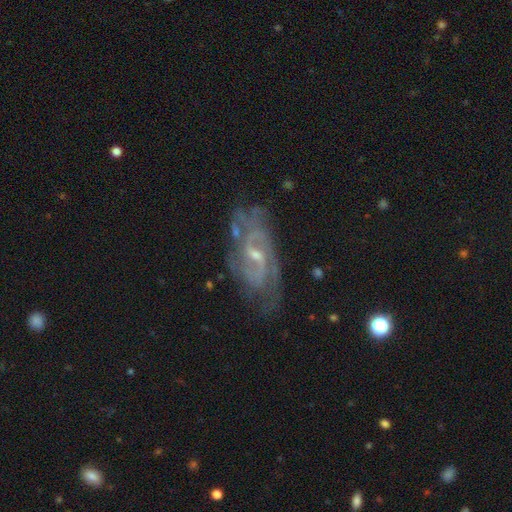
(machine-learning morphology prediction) Smooth or featured: featured or disk — 88% (star or artifact — 7%)
Edge-on disk: no — 95% (yes — 5%)
Bar: weak — 57% (no — 26%)
Spiral arms: yes — 96% (no — 4%)
Spiral winding: medium — 50% (tight — 33%)
Spiral arm count: 2 — 64% (can't tell — 16%)
Bulge size: small — 65% (moderate — 29%)
Merging: none — 68% (minor disturbance — 20%)